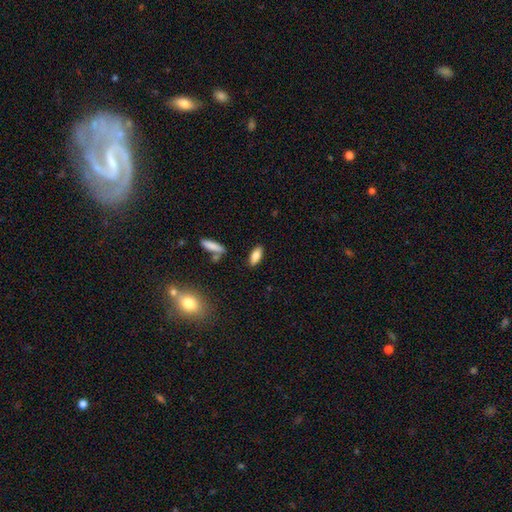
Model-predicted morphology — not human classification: Smooth or featured? Predicted: smooth (p=0.79). How rounded? Predicted: in between (p=0.77). Merging? Predicted: none (p=0.86).